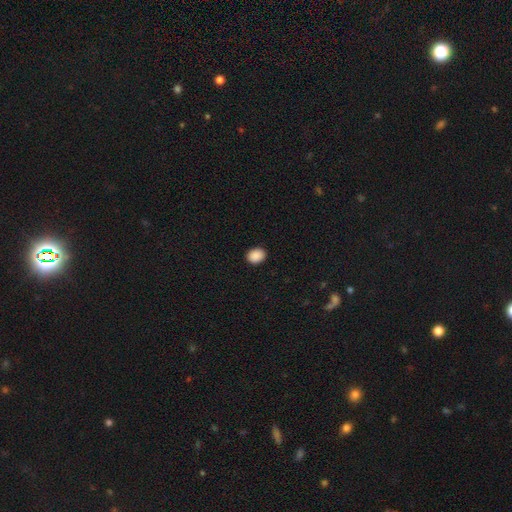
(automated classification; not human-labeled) Morphology: type=smooth (90%); roundness=in between (54%); merging=none (91%).